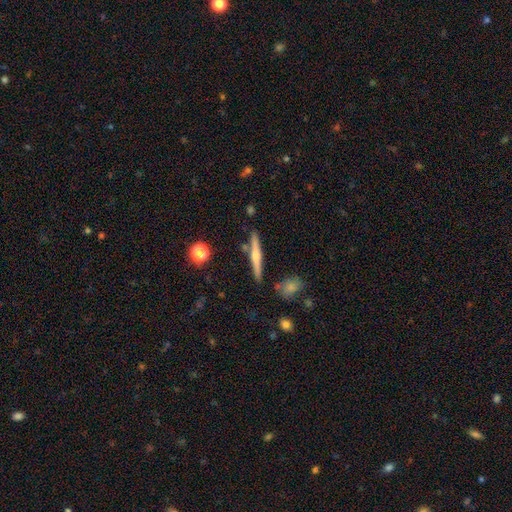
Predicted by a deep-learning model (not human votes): smooth_or_featured: featured or disk (p=0.57) [alt: smooth p=0.36]
disk_edge_on: yes (p=0.97) [alt: no p=0.03]
edge_on_bulge: rounded (p=0.78) [alt: none p=0.14]
merging: none (p=0.84) [alt: minor disturbance p=0.09]